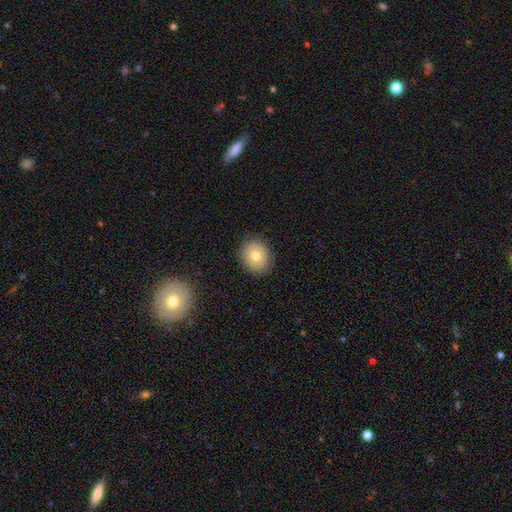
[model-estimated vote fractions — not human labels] smooth-or-featured: smooth: 75% | featured or disk: 15% | star or artifact: 10%
  how-rounded: round: 66% | in between: 33% | cigar-shaped: 1%
  merging: none: 88% | minor disturbance: 8% | major disturbance: 2% | merger: 1%